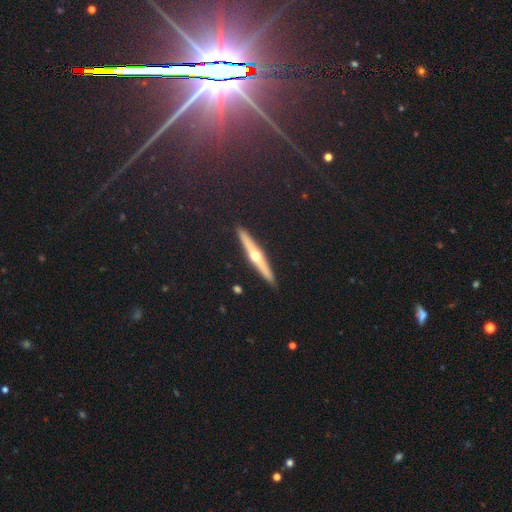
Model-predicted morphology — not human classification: A featured or disk galaxy (73%) viewed edge-on (97%) with a rounded central bulge (94%). Merging: none (92%).